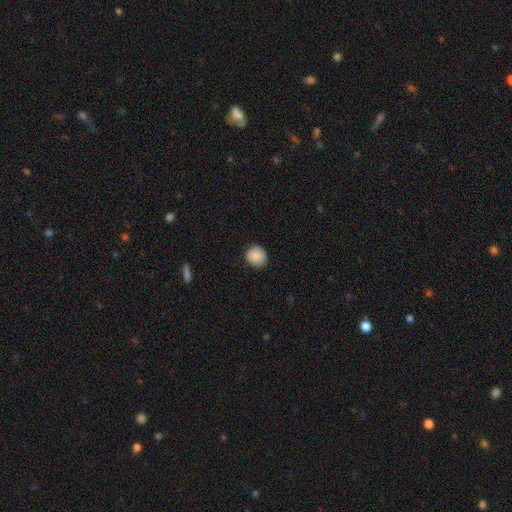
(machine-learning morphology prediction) type=smooth (88%); roundness=round (88%); merging=none (86%).